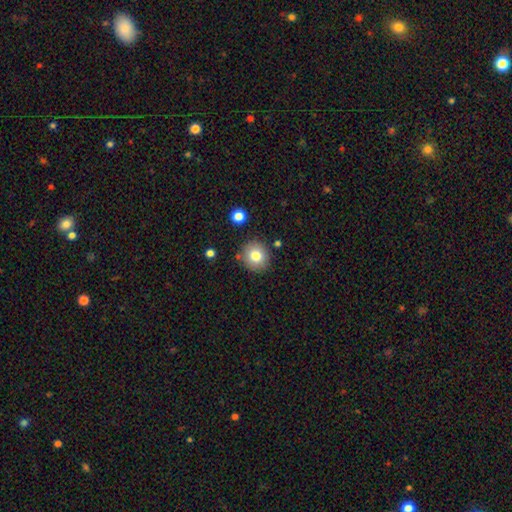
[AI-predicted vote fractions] This is likely a smooth galaxy (79%). How rounded: clearly round (88%). Merging: clearly none (85%).